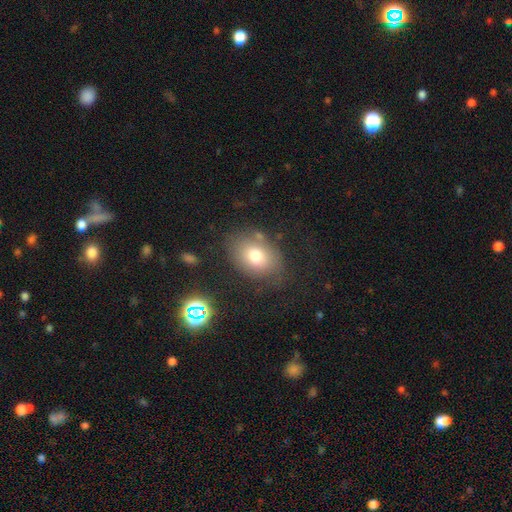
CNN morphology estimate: smooth_or_featured: smooth (p=0.73) [alt: featured or disk p=0.15]
how_rounded: in between (p=0.69) [alt: round p=0.30]
merging: none (p=0.69) [alt: minor disturbance p=0.19]